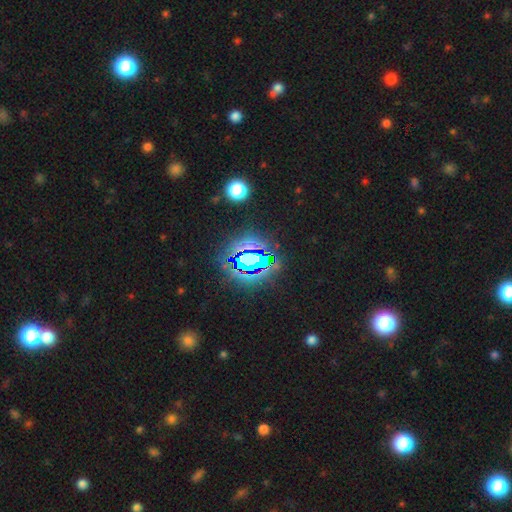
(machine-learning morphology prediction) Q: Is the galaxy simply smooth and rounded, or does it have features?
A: star or artifact — 77%.